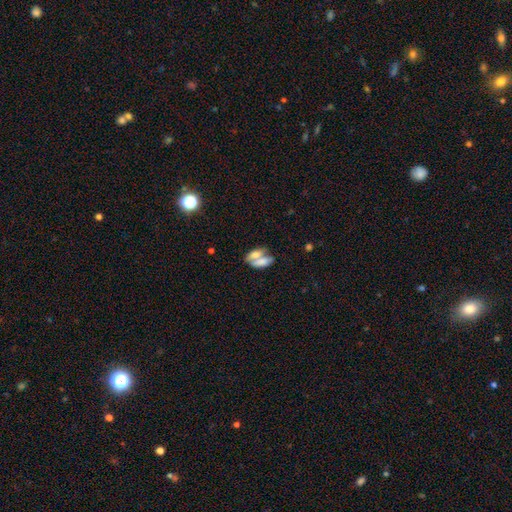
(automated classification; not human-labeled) Smooth or featured: smooth — 65% (featured or disk — 26%)
How rounded: in between — 83% (cigar-shaped — 9%)
Merging: merger — 67% (none — 20%)